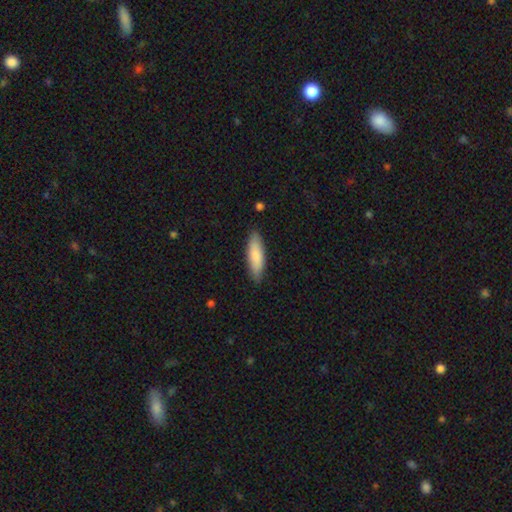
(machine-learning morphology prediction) smooth-or-featured: smooth: 82% | featured or disk: 13% | star or artifact: 5%
  how-rounded: cigar-shaped: 54% | in between: 44% | round: 2%
  merging: none: 86% | minor disturbance: 11% | major disturbance: 2% | merger: 1%